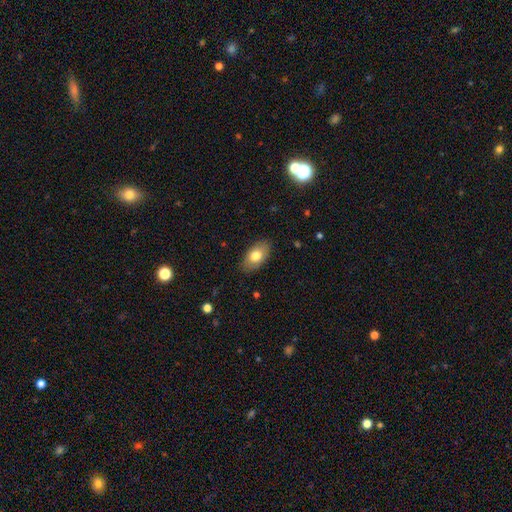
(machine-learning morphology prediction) This appears to be a smooth galaxy with no disk features (77%) that is in between round and cigar-shaped (93%). Merging: none (85%).